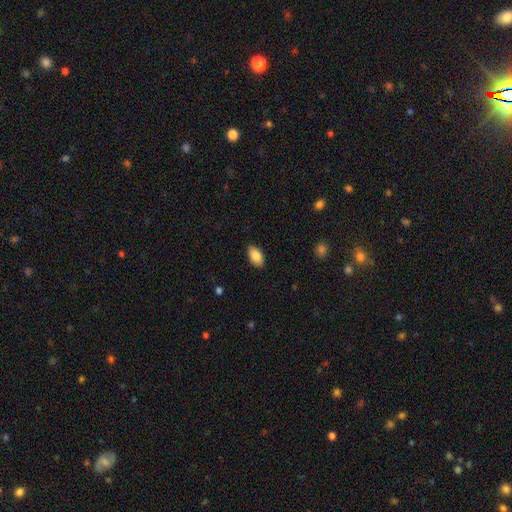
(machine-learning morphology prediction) Smooth or featured?
  - smooth: 86% *
  - featured or disk: 7%
  - star or artifact: 7%
How rounded?
  - in between: 93% *
  - round: 4%
  - cigar-shaped: 3%
Merging?
  - none: 88% *
  - minor disturbance: 9%
  - major disturbance: 2%
  - merger: 1%